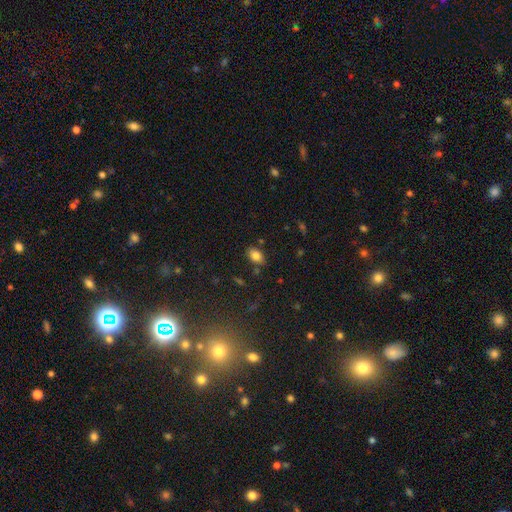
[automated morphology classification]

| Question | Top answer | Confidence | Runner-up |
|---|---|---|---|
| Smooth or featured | smooth | 82% | star or artifact (10%) |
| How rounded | in between | 86% | round (12%) |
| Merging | none | 80% | minor disturbance (13%) |